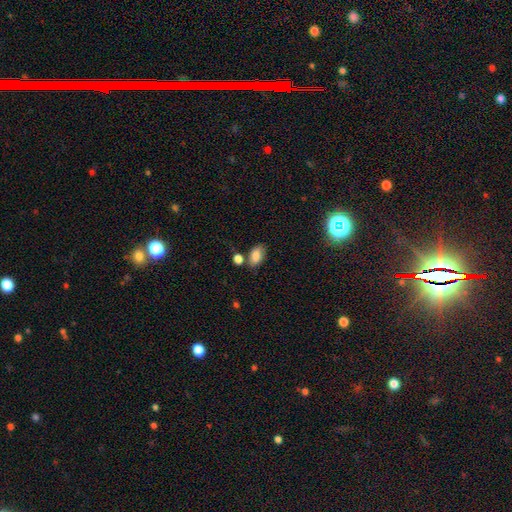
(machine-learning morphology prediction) A smooth galaxy with no disk features (80%) that is in between round and cigar-shaped (89%).

Vote fractions:
- Smooth or featured? smooth: 80% / featured or disk: 10% / star or artifact: 9%
- How rounded? in between: 89% / round: 8% / cigar-shaped: 2%
- Merging? none: 63% / minor disturbance: 18% / merger: 14% / major disturbance: 5%